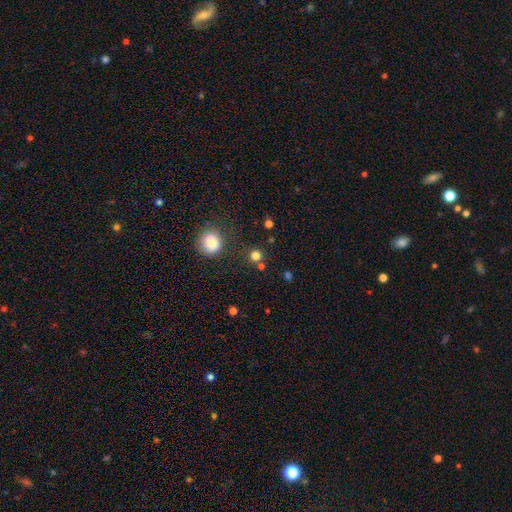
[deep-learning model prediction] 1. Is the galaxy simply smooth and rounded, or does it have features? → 78% smooth, 17% star or artifact, 5% featured or disk.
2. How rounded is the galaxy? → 90% round, 9% in between, 1% cigar-shaped.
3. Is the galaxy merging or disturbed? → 78% none, 9% merger, 9% minor disturbance, 4% major disturbance.